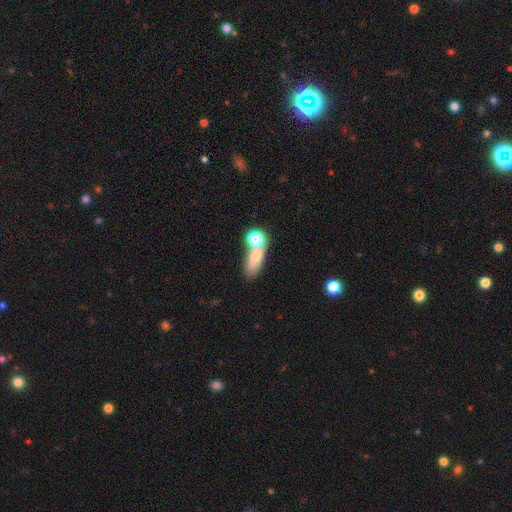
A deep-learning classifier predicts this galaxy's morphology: Overall: smooth (71%). How rounded: in between (64%). Merging: merger (54%; none 28%).